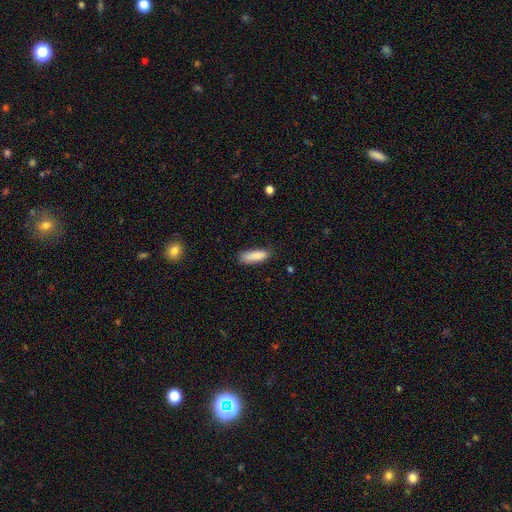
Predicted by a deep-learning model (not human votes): A smooth galaxy with no disk features (87%) that is in between round and cigar-shaped (55%).

Vote fractions:
- Smooth or featured? smooth: 87% / star or artifact: 7% / featured or disk: 6%
- How rounded? in between: 55% / cigar-shaped: 44% / round: 2%
- Merging? none: 76% / minor disturbance: 19% / major disturbance: 4% / merger: 2%